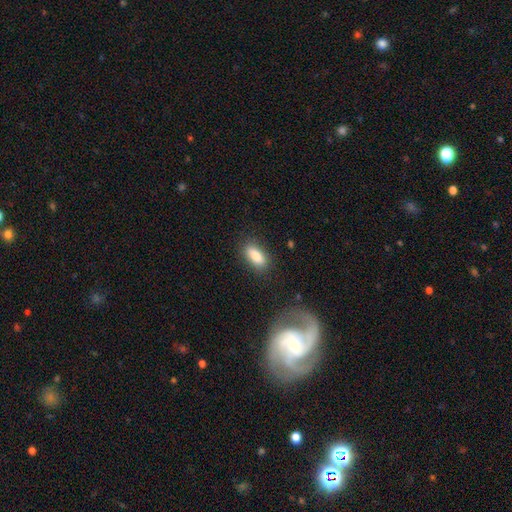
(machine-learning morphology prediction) This is clearly a smooth galaxy (81%). How rounded: clearly in between (84%). Merging: clearly none (85%).